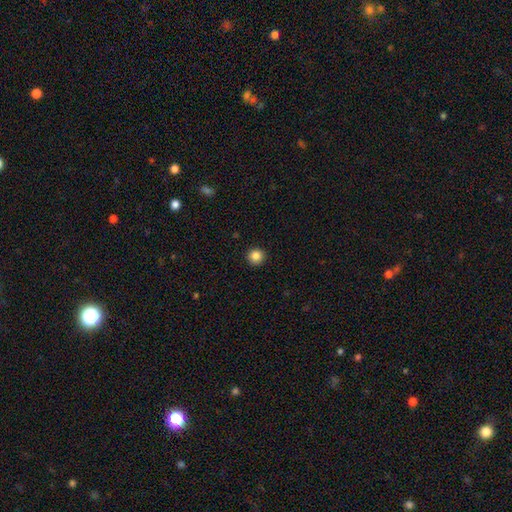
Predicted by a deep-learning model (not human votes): The model was most divided on "smooth or featured": smooth: 86%, star or artifact: 11%, featured or disk: 4%. More confident: how rounded — round (95%); merging — none (93%).